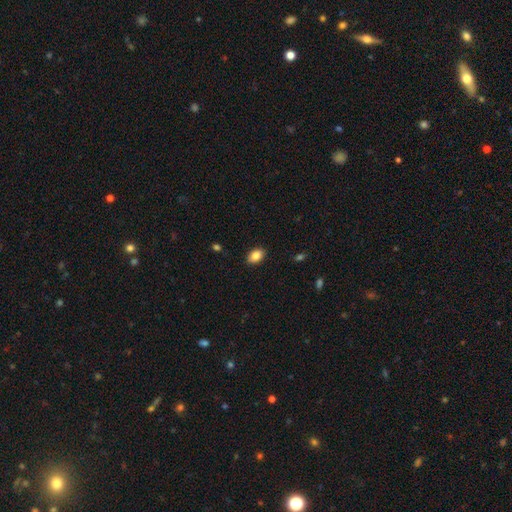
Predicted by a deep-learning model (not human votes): Smooth or featured: smooth — 85% (star or artifact — 8%)
How rounded: in between — 87% (round — 12%)
Merging: none — 89% (minor disturbance — 8%)